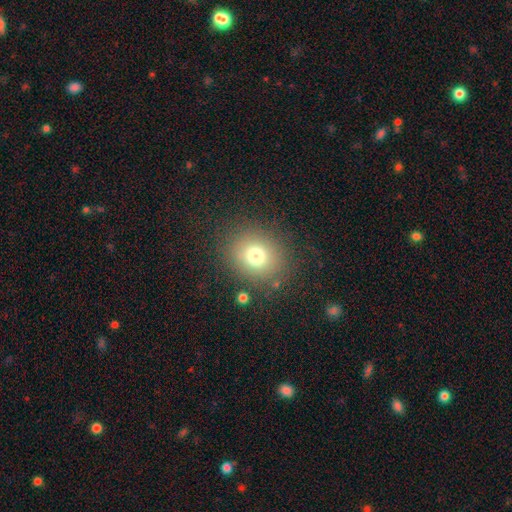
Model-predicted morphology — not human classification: Smooth or featured?
  - smooth: 75% *
  - star or artifact: 15%
  - featured or disk: 10%
How rounded?
  - round: 74% *
  - in between: 25%
  - cigar-shaped: 1%
Merging?
  - none: 83% *
  - minor disturbance: 10%
  - major disturbance: 5%
  - merger: 2%